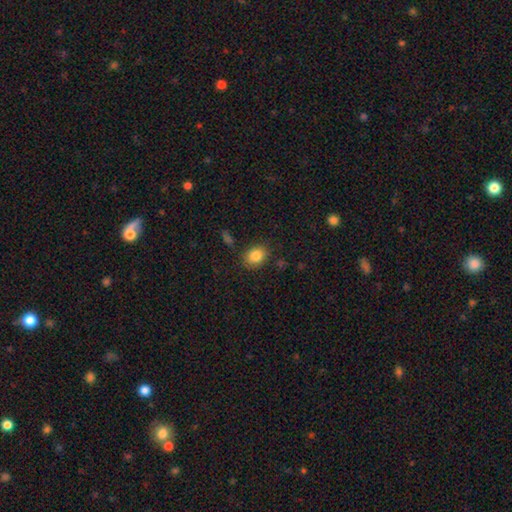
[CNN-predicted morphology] This appears to be a smooth galaxy with no disk features (84%) that is in between round and cigar-shaped (50%). Merging: none (82%).